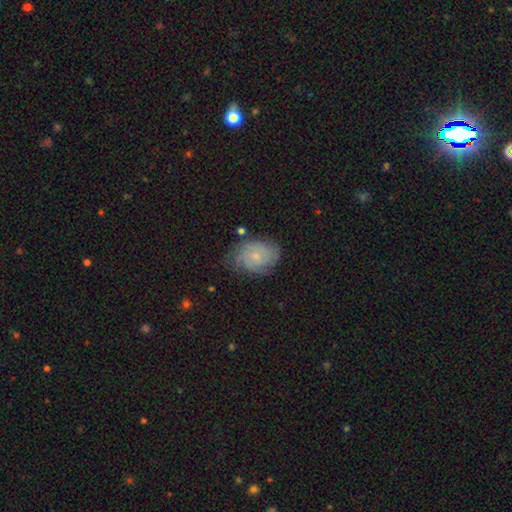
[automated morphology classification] This is possibly a featured or disk galaxy (52%). It is clearly not viewed edge-on (97%). Bar: clearly no (82%). Spiral arm pattern: clearly yes (86%). Central bulge: likely small (76%). Merging: likely none (64%).